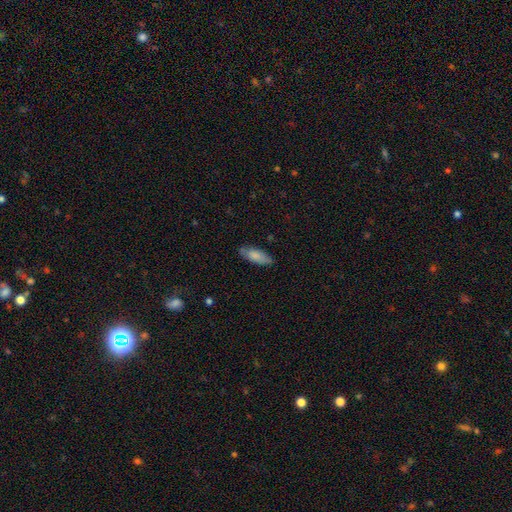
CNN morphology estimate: type=smooth (81%); roundness=in between (70%); merging=none (79%).